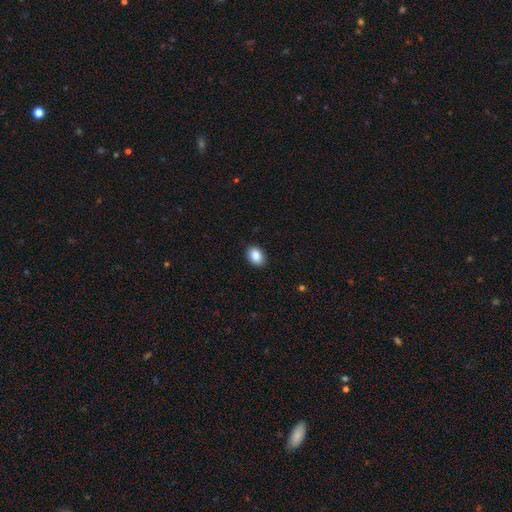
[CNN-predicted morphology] smooth_or_featured: smooth (p=0.88) [alt: star or artifact p=0.08]
how_rounded: in between (p=0.75) [alt: round p=0.24]
merging: none (p=0.90) [alt: minor disturbance p=0.07]